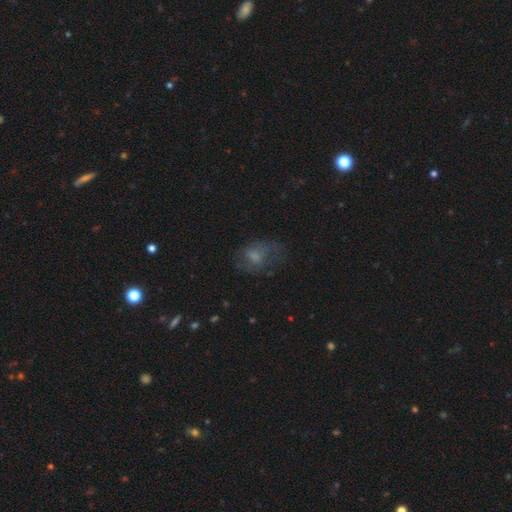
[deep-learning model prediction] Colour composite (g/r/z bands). It shows a smooth galaxy with no disk features (53%) that is in between round and cigar-shaped (73%). Merging: none (44%).